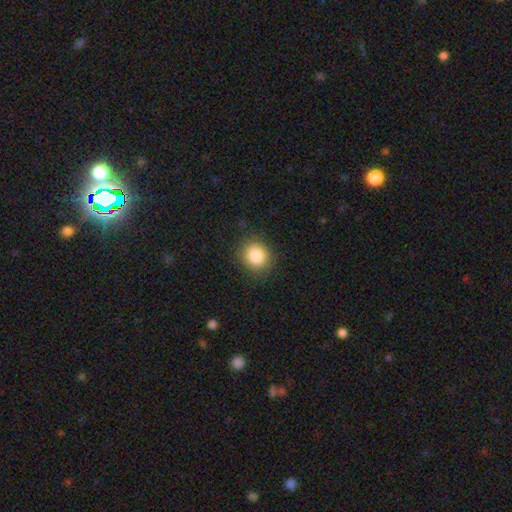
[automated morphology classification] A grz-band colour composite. It shows a smooth galaxy with no disk features (85%) that is round (77%). Merging: none (86%).